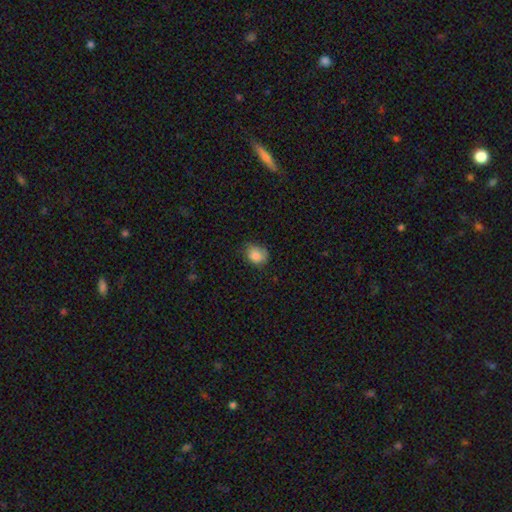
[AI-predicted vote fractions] Q: Smooth or featured?
A: smooth (85%); runner-up: star or artifact (9%)
Q: How rounded?
A: in between (53%); runner-up: round (46%)
Q: Merging?
A: none (58%); runner-up: minor disturbance (33%)